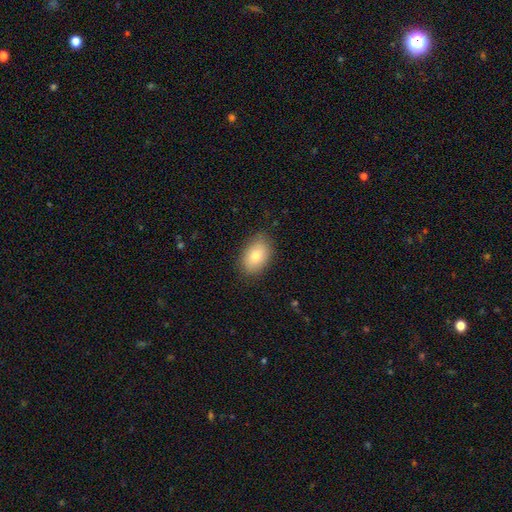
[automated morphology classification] This appears to be a smooth galaxy with no disk features (79%) that is in between round and cigar-shaped (87%). Merging: none (83%).